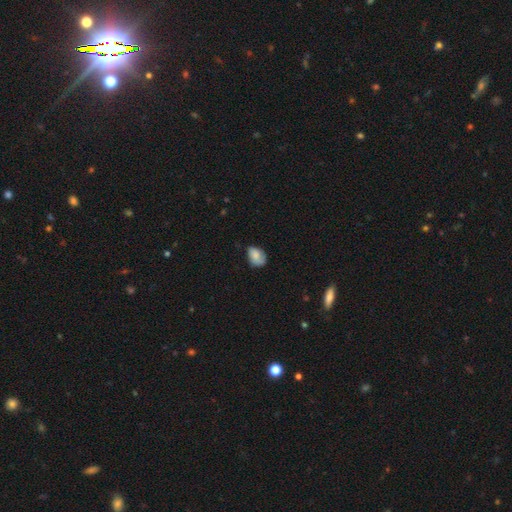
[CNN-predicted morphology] Smooth or featured? smooth (76%)
How rounded? in between (80%)
Merging? none (57%)